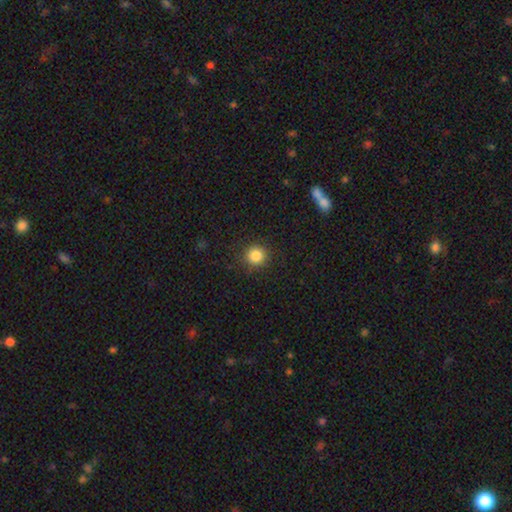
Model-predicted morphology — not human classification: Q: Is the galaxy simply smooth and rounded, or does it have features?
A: smooth — 85%.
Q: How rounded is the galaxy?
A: round — 93%.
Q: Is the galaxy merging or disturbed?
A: none — 89%.